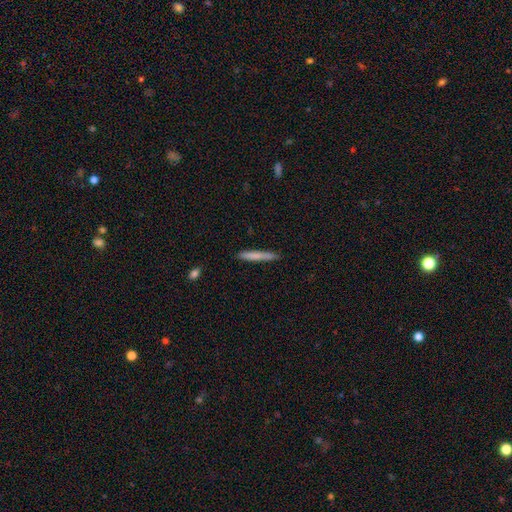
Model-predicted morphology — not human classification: Q: Smooth or featured?
A: smooth (74%); runner-up: featured or disk (20%)
Q: How rounded?
A: cigar-shaped (96%); runner-up: in between (3%)
Q: Merging?
A: none (86%); runner-up: minor disturbance (10%)